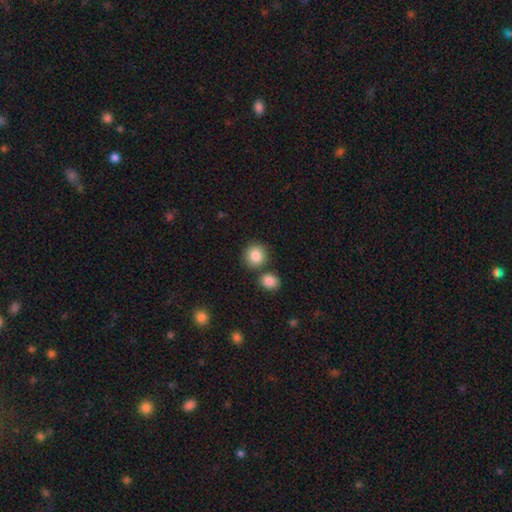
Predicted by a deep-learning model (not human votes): Smooth or featured? Predicted: smooth (p=0.87). How rounded? Predicted: round (p=0.87). Merging? Predicted: none (p=0.74).